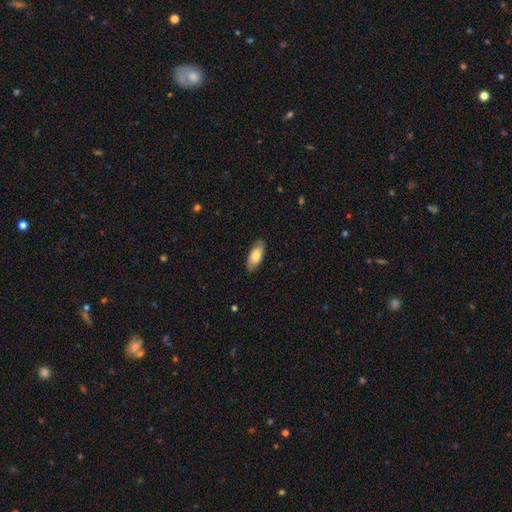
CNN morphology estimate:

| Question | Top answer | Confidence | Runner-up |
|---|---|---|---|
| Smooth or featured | smooth | 73% | featured or disk (21%) |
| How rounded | in between | 86% | cigar-shaped (12%) |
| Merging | none | 84% | minor disturbance (13%) |